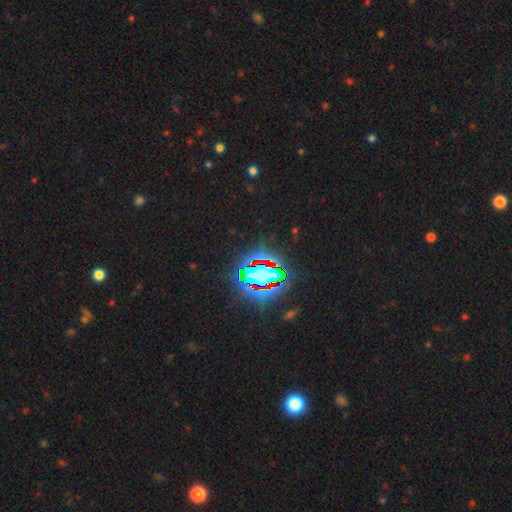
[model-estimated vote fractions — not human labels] star or artifact 83%, smooth 10%, featured or disk 7%.